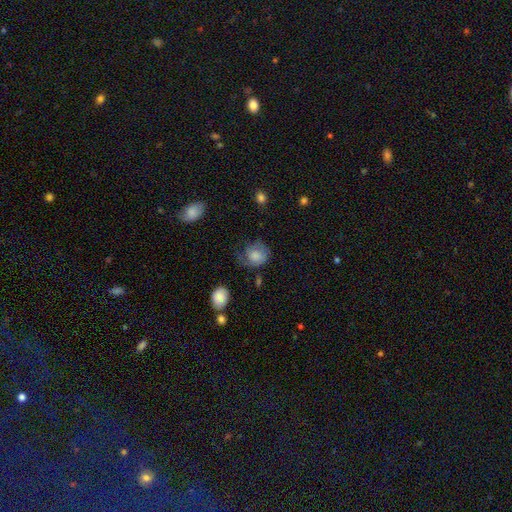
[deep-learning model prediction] Smooth or featured? Predicted: smooth (p=0.65). How rounded? Predicted: round (p=0.69). Merging? Predicted: none (p=0.41).